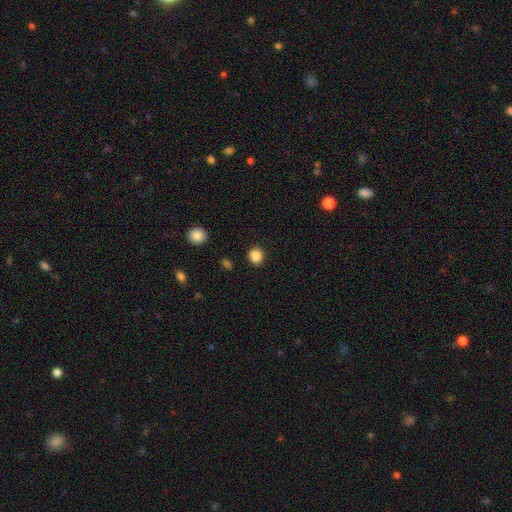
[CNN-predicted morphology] smooth-or-featured: smooth: 87% | star or artifact: 10% | featured or disk: 3%
  how-rounded: round: 81% | in between: 18% | cigar-shaped: 1%
  merging: none: 89% | minor disturbance: 7% | major disturbance: 2% | merger: 2%